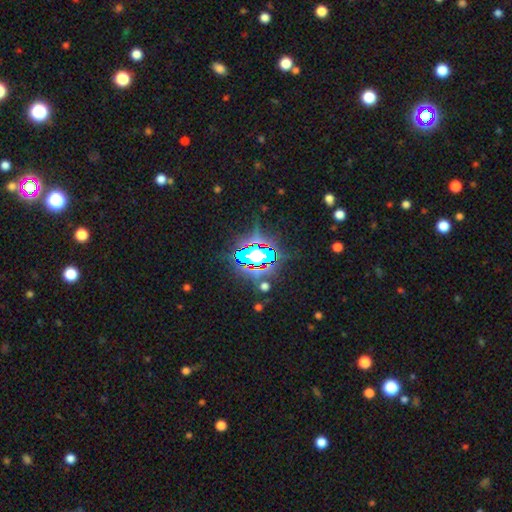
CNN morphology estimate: Q: Smooth or featured?
A: star or artifact (70%); runner-up: smooth (16%)